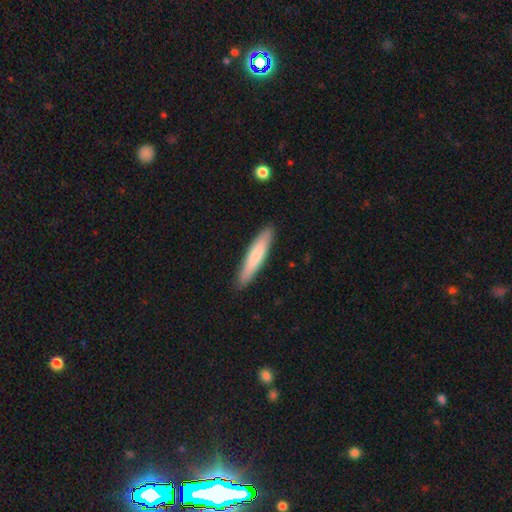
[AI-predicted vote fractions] This is likely a smooth galaxy (76%). How rounded: clearly cigar-shaped (90%). Merging: clearly none (90%).